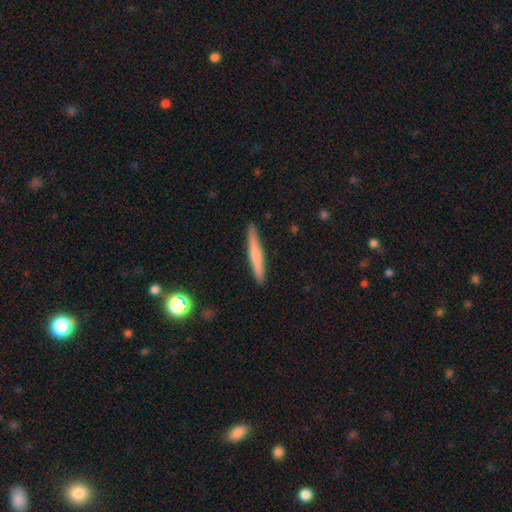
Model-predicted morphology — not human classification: smooth 57%, featured or disk 37%, star or artifact 6%. Down the decision tree: how rounded — cigar-shaped (95%); merging — none (90%).